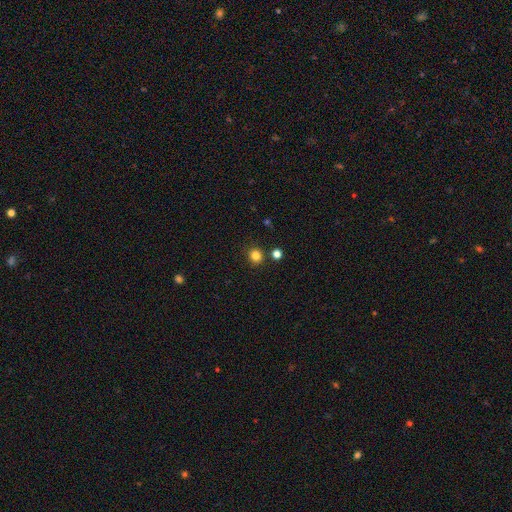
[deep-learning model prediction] This is clearly a smooth galaxy (82%). How rounded: clearly round (88%). Merging: clearly none (87%).